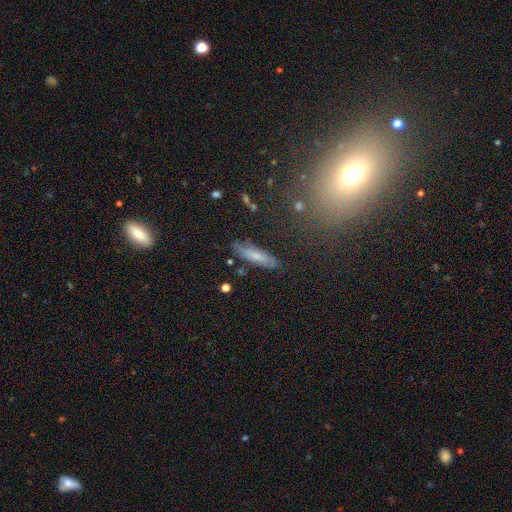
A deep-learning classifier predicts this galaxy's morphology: smooth 59%, featured or disk 32%, star or artifact 9%. Down the decision tree: how rounded — cigar-shaped (72%); merging — none (79%).